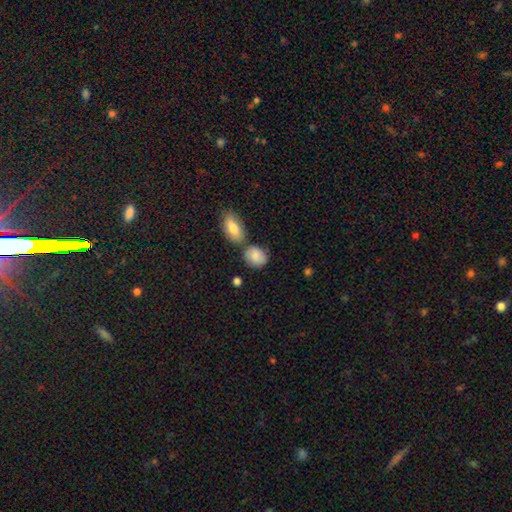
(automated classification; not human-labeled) Smooth or featured?
  - smooth: 85% *
  - featured or disk: 8%
  - star or artifact: 7%
How rounded?
  - round: 53% *
  - in between: 45%
  - cigar-shaped: 2%
Merging?
  - none: 61% *
  - merger: 19%
  - minor disturbance: 16%
  - major disturbance: 4%